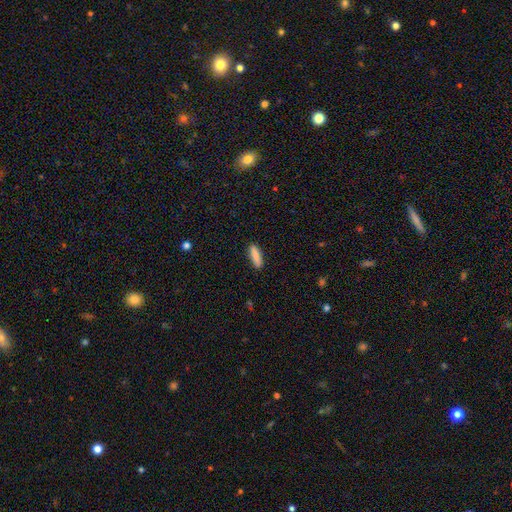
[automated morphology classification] type=smooth (85%); roundness=cigar-shaped (63%); merging=none (89%).